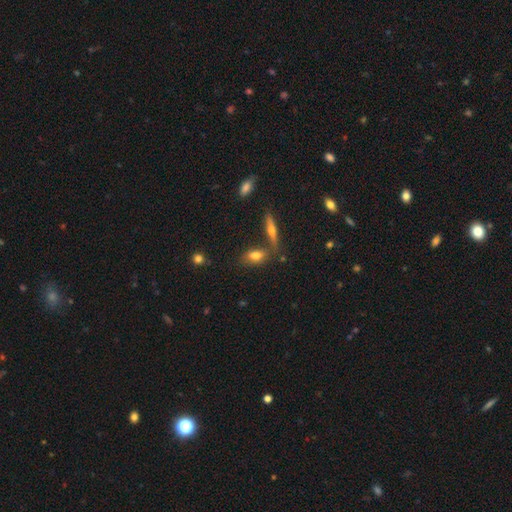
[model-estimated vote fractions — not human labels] smooth 71%, featured or disk 20%, star or artifact 9%. Down the decision tree: how rounded — in between (80%); merging — none (62%).